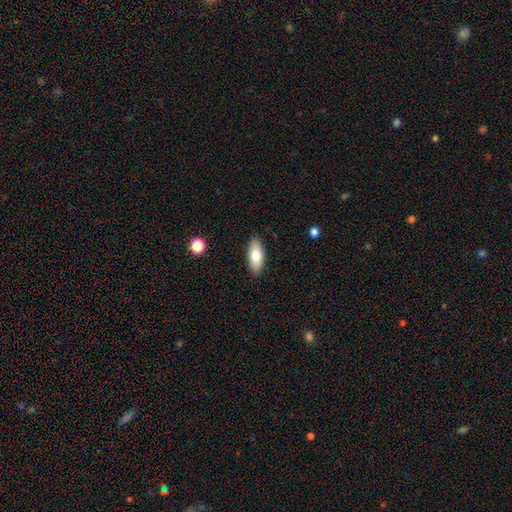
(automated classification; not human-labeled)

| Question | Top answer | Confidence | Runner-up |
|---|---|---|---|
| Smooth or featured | smooth | 77% | featured or disk (16%) |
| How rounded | in between | 81% | cigar-shaped (16%) |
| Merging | none | 89% | minor disturbance (8%) |